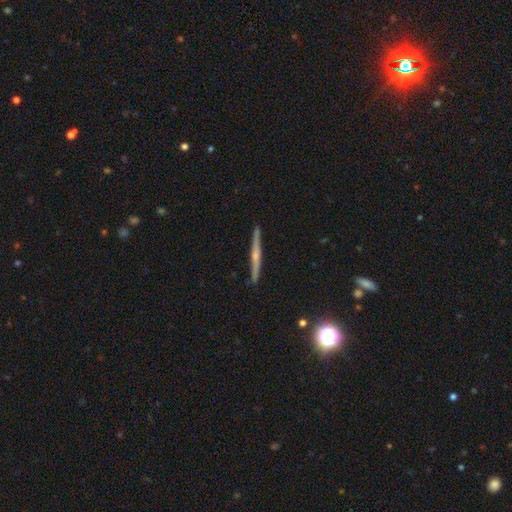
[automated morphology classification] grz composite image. It shows a featured or disk galaxy (73%) viewed edge-on (98%) with a rounded central bulge (70%). Merging: none (90%).